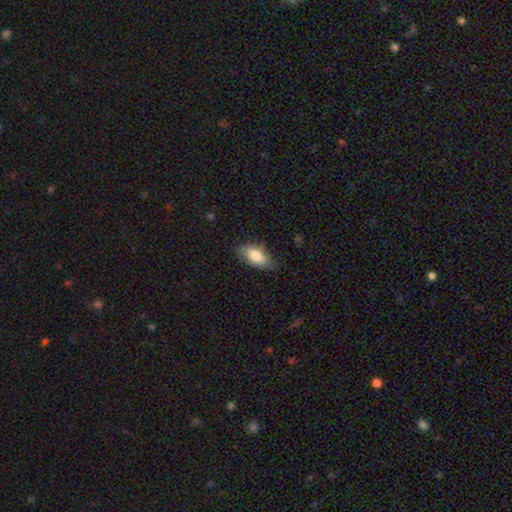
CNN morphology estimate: type=smooth (79%); roundness=in between (90%); merging=none (72%).